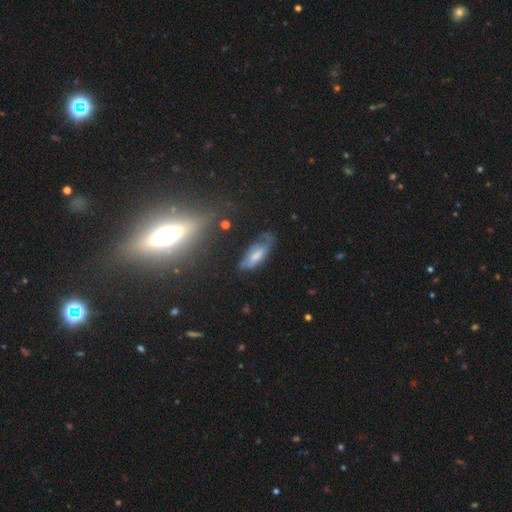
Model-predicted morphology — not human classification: The model was most divided on "smooth or featured": smooth: 50%, featured or disk: 41%, star or artifact: 9%. Remaining: merging — none (48%).